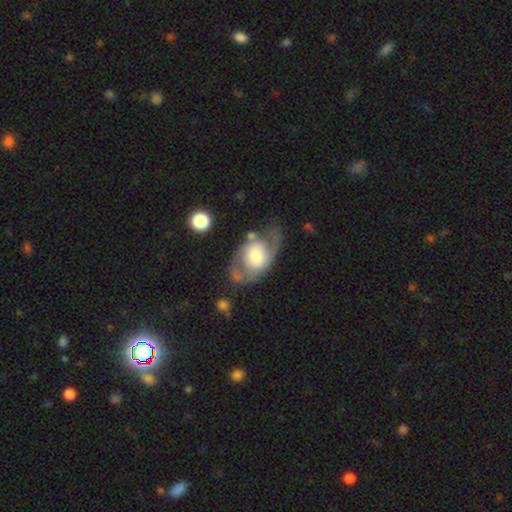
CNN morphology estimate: Smooth or featured: featured or disk — 59% (smooth — 36%)
Edge-on disk: no — 94% (yes — 6%)
Bar: no — 71% (weak — 23%)
Spiral arms: yes — 63% (no — 37%)
Bulge size: large — 46% (moderate — 29%)
Merging: none — 47% (minor disturbance — 26%)